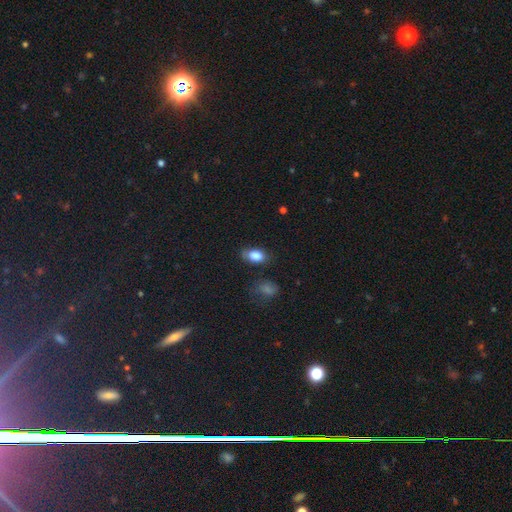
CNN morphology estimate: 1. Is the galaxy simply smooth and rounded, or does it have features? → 84% smooth, 8% star or artifact, 7% featured or disk.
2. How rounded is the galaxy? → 88% in between, 8% round, 3% cigar-shaped.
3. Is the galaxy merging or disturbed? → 70% none, 21% minor disturbance, 5% major disturbance, 3% merger.